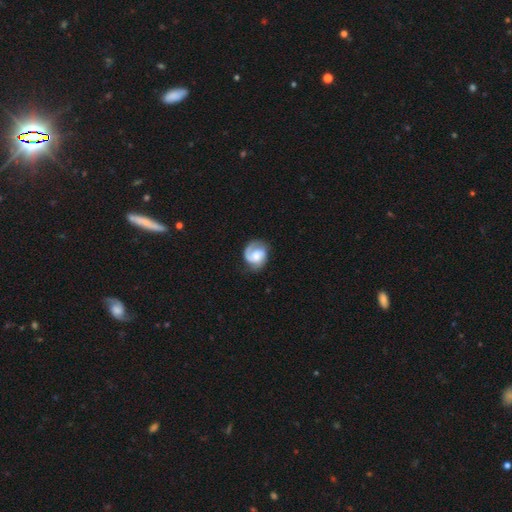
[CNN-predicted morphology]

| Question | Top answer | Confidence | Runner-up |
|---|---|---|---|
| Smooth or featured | featured or disk | 72% | smooth (22%) |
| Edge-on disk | no | 98% | yes (2%) |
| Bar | no | 58% | weak (35%) |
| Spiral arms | yes | 94% | no (6%) |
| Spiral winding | tight | 41% | medium (39%) |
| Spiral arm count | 1 | 51% | 2 (41%) |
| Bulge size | moderate | 31% | large (23%) |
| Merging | none | 63% | minor disturbance (21%) |